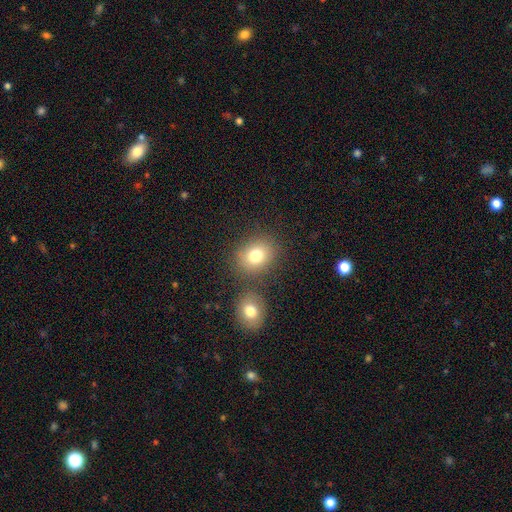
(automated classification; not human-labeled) smooth-or-featured: smooth: 79% | star or artifact: 12% | featured or disk: 10%
  how-rounded: round: 60% | in between: 39% | cigar-shaped: 1%
  merging: none: 70% | merger: 16% | minor disturbance: 10% | major disturbance: 4%